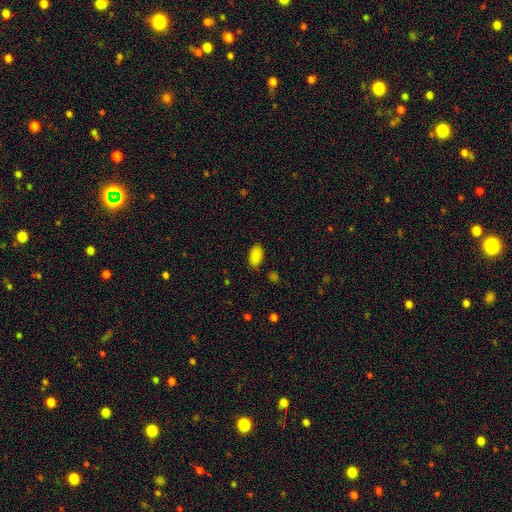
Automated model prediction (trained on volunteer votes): Smooth or featured: smooth — 87% (star or artifact — 10%)
How rounded: in between — 94% (round — 4%)
Merging: none — 80% (minor disturbance — 14%)